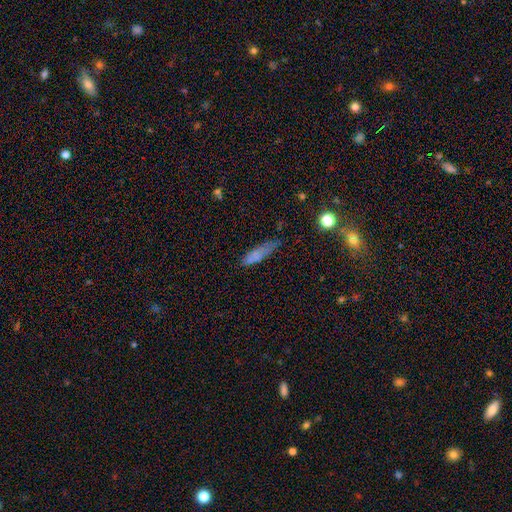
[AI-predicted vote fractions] smooth 73%, featured or disk 15%, star or artifact 12%. Down the decision tree: how rounded — cigar-shaped (67%); merging — none (54%).